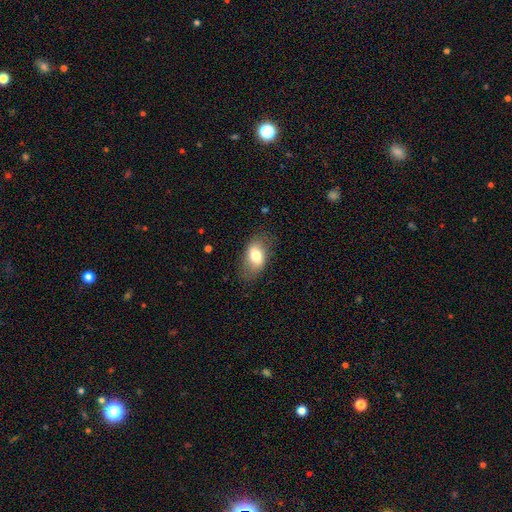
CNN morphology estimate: type=smooth (70%); roundness=in between (88%); merging=none (73%).